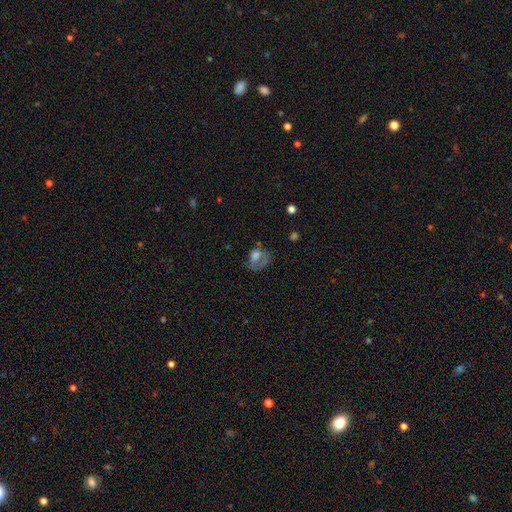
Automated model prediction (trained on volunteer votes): Smooth or featured? smooth (58%)
How rounded? in between (66%)
Merging? major disturbance (42%)